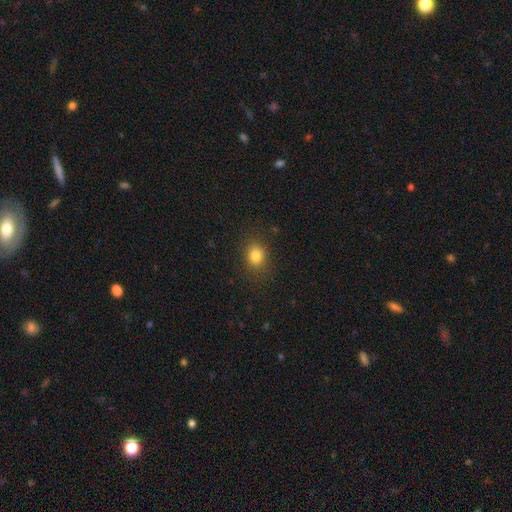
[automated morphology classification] type=smooth (82%); roundness=round (57%); merging=none (85%).